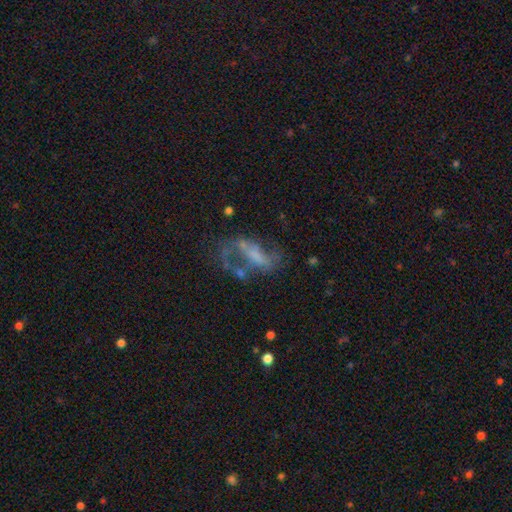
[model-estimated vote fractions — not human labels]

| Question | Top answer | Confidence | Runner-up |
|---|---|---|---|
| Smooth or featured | featured or disk | 67% | smooth (20%) |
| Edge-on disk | no | 94% | yes (6%) |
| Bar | no | 38% | weak (34%) |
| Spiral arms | yes | 58% | no (42%) |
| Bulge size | none | 54% | small (22%) |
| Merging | major disturbance | 37% | tied: none (37%) |